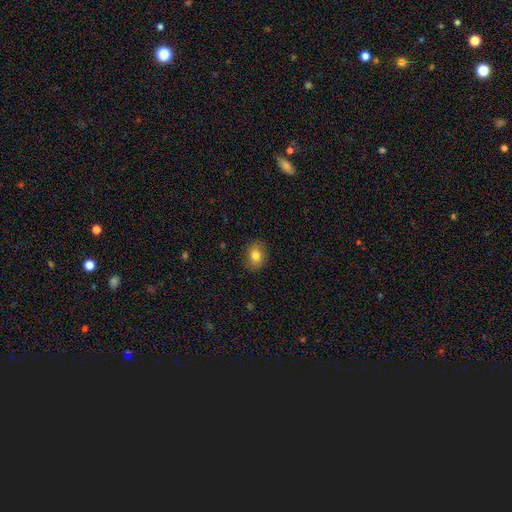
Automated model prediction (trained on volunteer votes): smooth-or-featured: smooth: 80% | featured or disk: 10% | star or artifact: 10%
  how-rounded: in between: 53% | round: 46% | cigar-shaped: 1%
  merging: none: 87% | minor disturbance: 10% | major disturbance: 2% | merger: 1%